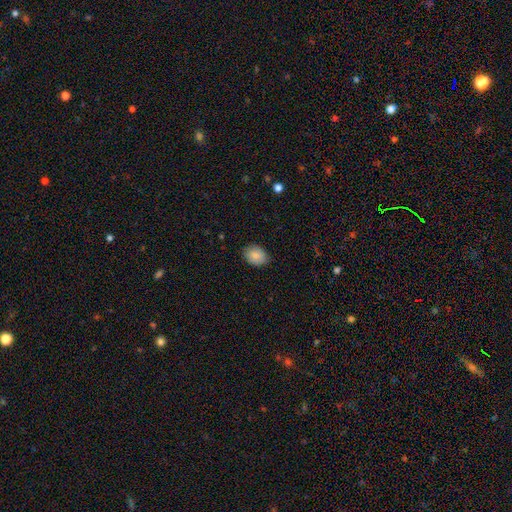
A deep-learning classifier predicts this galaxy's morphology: The model was most divided on "how rounded": in between: 66%, round: 33%, cigar-shaped: 1%. More confident: smooth or featured — smooth (87%); merging — none (84%).